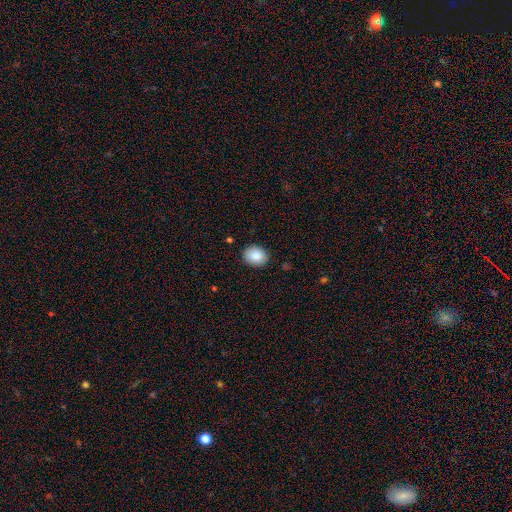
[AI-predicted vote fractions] Overall: smooth (88%). How rounded: in between (56%; round 43%). Merging: none (87%).